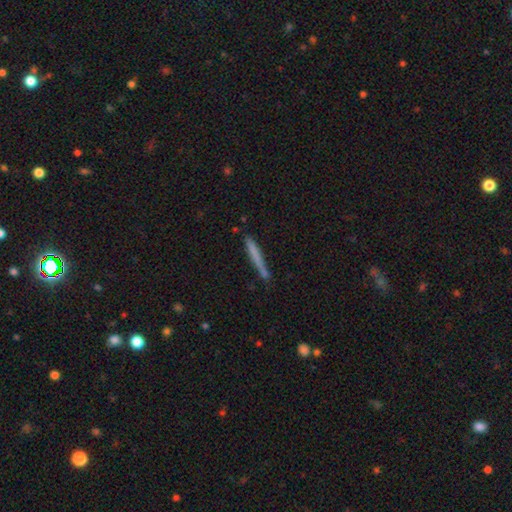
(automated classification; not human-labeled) smooth 67%, featured or disk 27%, star or artifact 7%. Down the decision tree: how rounded — cigar-shaped (97%); merging — none (82%).